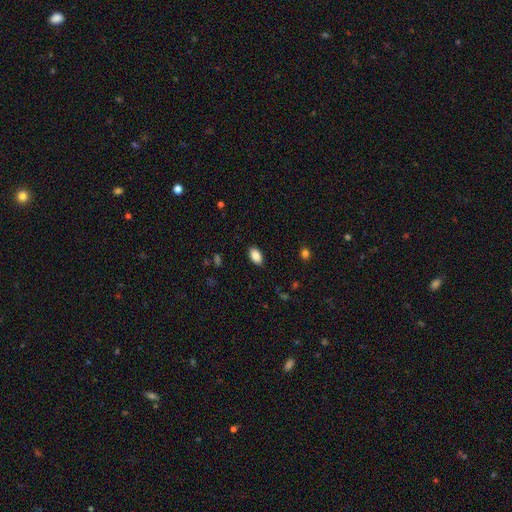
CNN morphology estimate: smooth_or_featured: smooth (p=0.88) [alt: star or artifact p=0.08]
how_rounded: in between (p=0.92) [alt: round p=0.05]
merging: none (p=0.87) [alt: minor disturbance p=0.10]